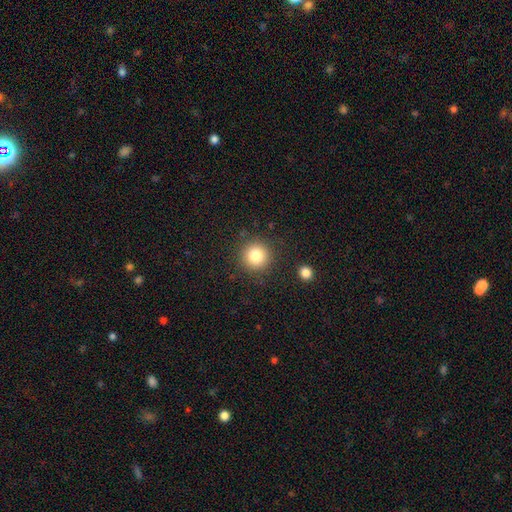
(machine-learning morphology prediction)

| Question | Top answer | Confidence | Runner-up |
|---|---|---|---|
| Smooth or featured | smooth | 81% | star or artifact (11%) |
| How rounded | round | 95% | in between (4%) |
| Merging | none | 87% | minor disturbance (7%) |